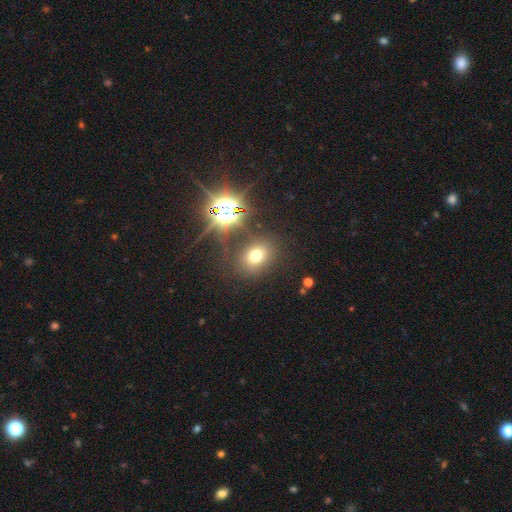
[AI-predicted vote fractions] This is likely a smooth galaxy (64%). How rounded: possibly round (55%). Merging: clearly none (82%).